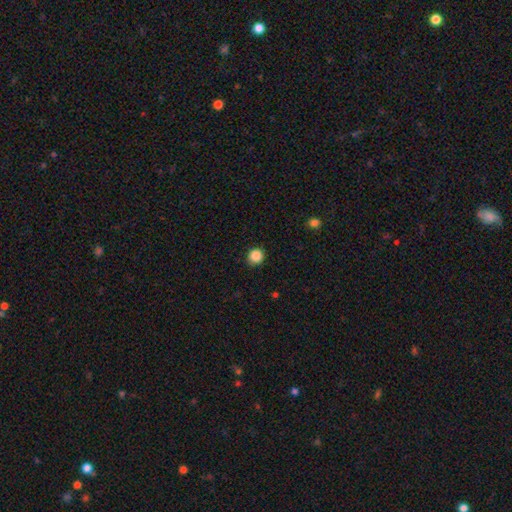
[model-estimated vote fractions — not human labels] smooth-or-featured: smooth: 87% | star or artifact: 10% | featured or disk: 2%
  how-rounded: round: 94% | in between: 5% | cigar-shaped: 1%
  merging: none: 90% | minor disturbance: 7% | major disturbance: 2% | merger: 1%